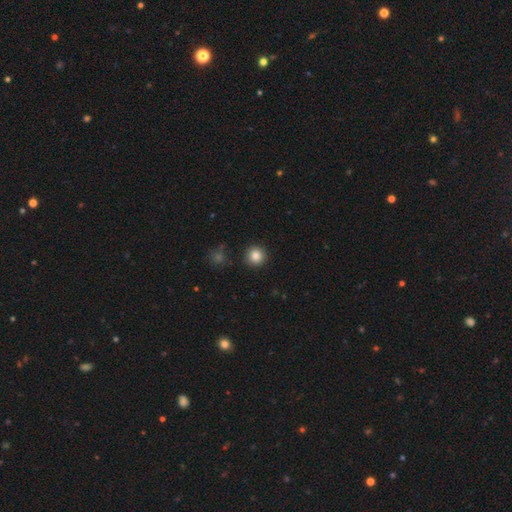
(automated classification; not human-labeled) This appears to be a smooth galaxy with no disk features (85%) that is round (95%). Merging: none (91%).